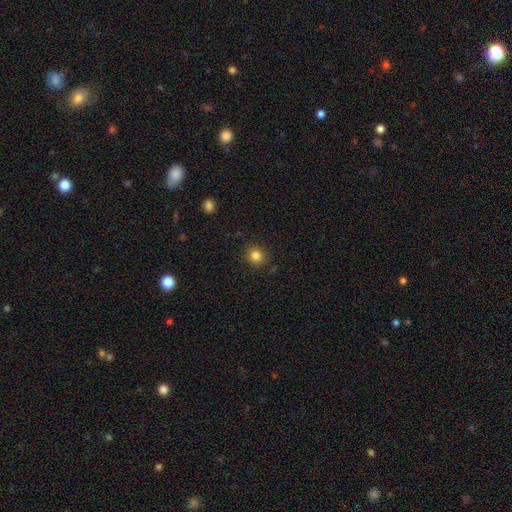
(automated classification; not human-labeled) This appears to be a smooth galaxy with no disk features (83%) that is round (89%). Merging: none (89%).